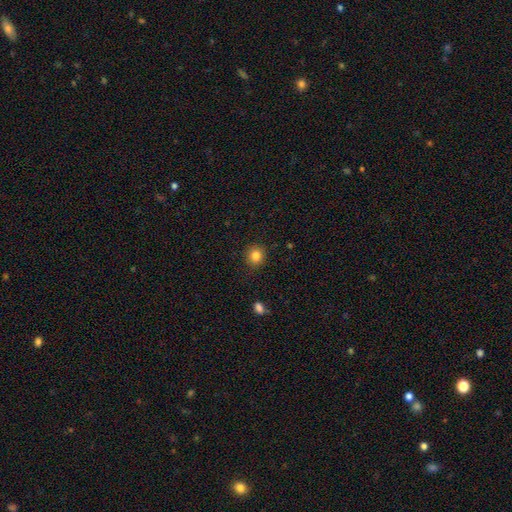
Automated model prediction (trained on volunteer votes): Smooth or featured? Predicted: smooth (p=0.84). How rounded? Predicted: round (p=0.88). Merging? Predicted: none (p=0.90).